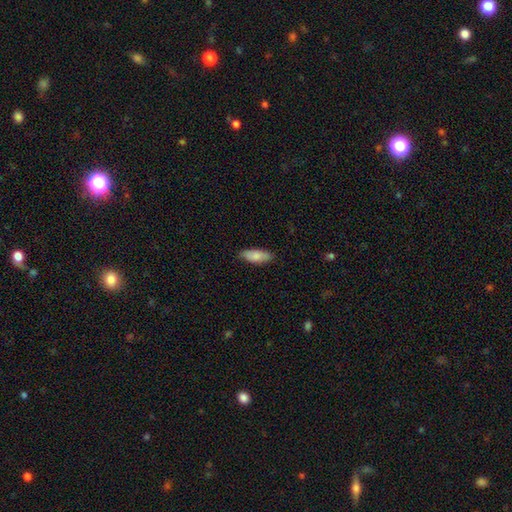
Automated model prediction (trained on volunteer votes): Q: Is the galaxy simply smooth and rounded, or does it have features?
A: smooth — 83%.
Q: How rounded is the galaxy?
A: in between — 76%.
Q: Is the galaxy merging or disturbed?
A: none — 84%.